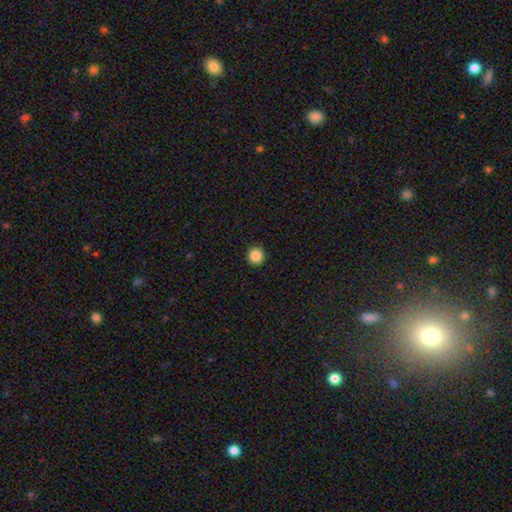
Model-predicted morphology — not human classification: Smooth or featured? smooth (87%)
How rounded? round (96%)
Merging? none (93%)